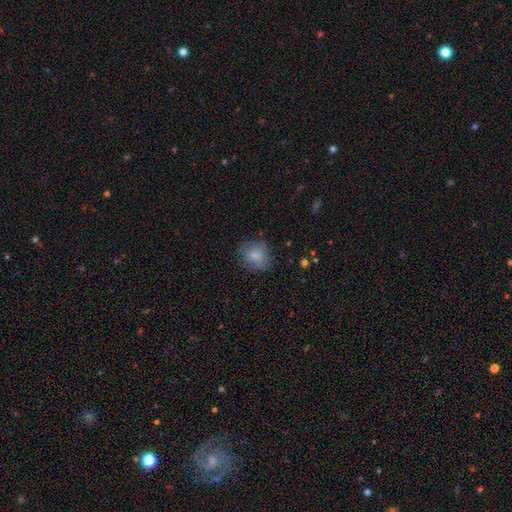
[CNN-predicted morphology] type=smooth (79%); roundness=round (66%); merging=none (71%).